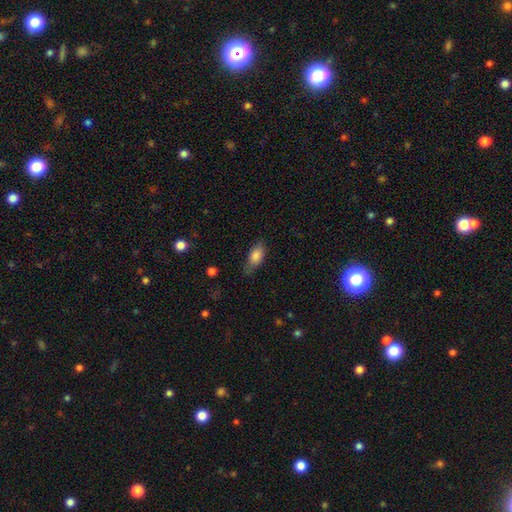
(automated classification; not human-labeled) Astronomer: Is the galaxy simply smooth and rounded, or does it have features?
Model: smooth — 81%.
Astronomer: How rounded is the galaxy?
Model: in between — 86%.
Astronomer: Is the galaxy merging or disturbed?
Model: none — 70%.